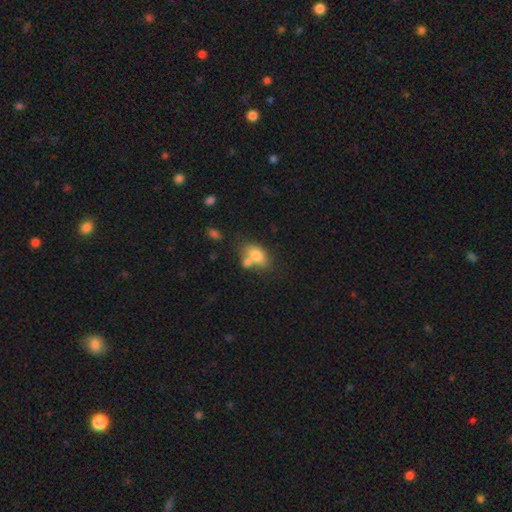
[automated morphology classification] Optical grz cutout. It shows a smooth galaxy with no disk features (77%) that is in between round and cigar-shaped (85%). Merging: none (42%).